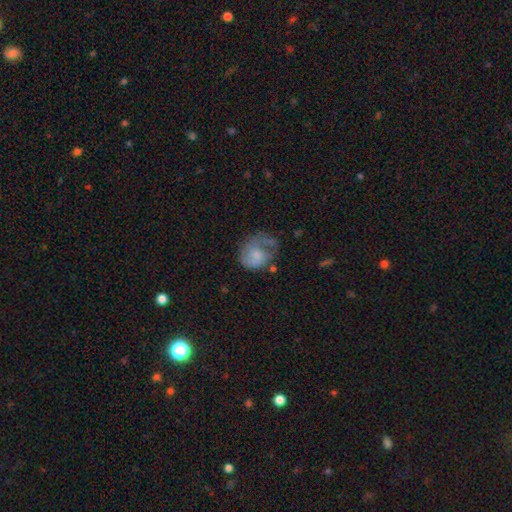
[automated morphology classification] Smooth or featured? Predicted: smooth (p=0.54). How rounded? Predicted: round (p=0.64). Merging? Predicted: none (p=0.35).